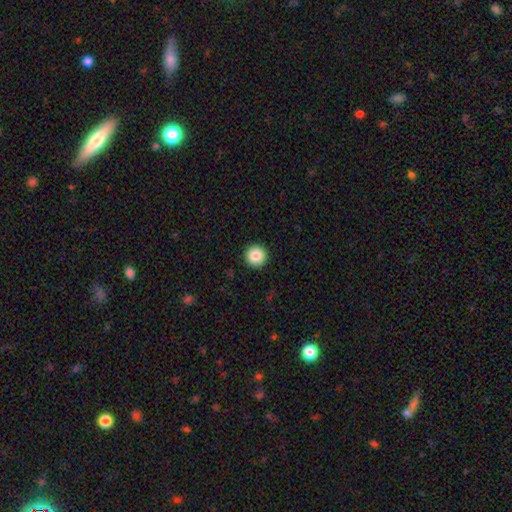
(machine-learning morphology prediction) Smooth or featured: smooth — 86% (star or artifact — 9%)
How rounded: round — 96% (in between — 3%)
Merging: none — 94% (minor disturbance — 4%)